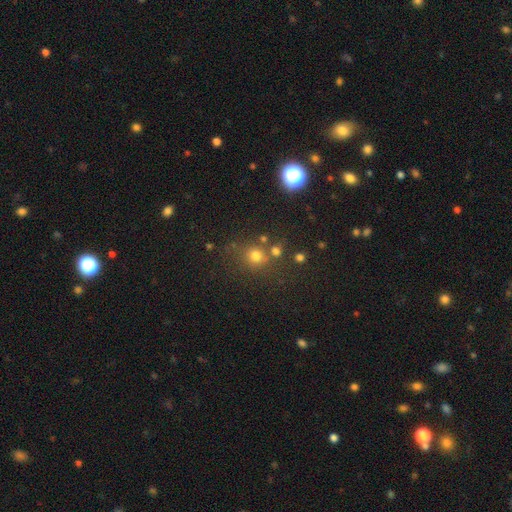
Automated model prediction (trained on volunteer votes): Overall: smooth (72%). How rounded: round (85%). Merging: none (68%).